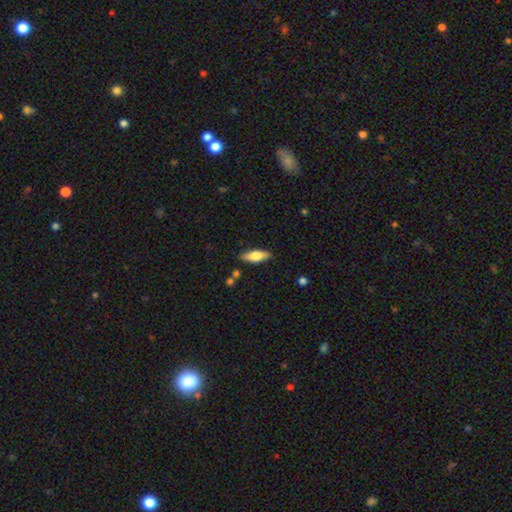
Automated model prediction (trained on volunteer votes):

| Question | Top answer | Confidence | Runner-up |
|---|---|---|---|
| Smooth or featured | smooth | 63% | featured or disk (31%) |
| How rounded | in between | 64% | cigar-shaped (34%) |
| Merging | none | 85% | minor disturbance (10%) |